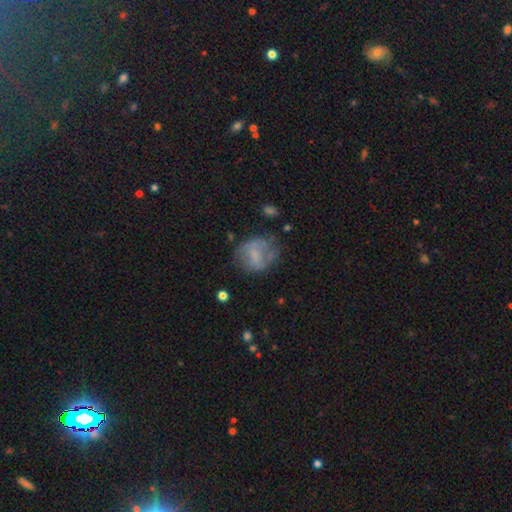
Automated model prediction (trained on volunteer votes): smooth-or-featured: smooth: 47% | featured or disk: 43% | star or artifact: 9%
  merging: none: 54% | minor disturbance: 25% | major disturbance: 18% | merger: 3%